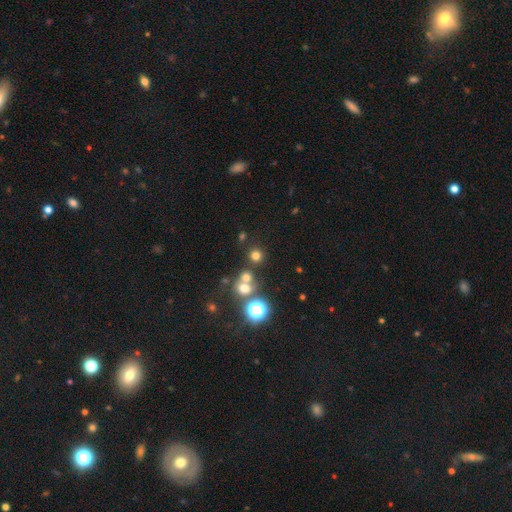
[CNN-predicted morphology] Overall: smooth (69%). How rounded: round (91%). Merging: none (70%).